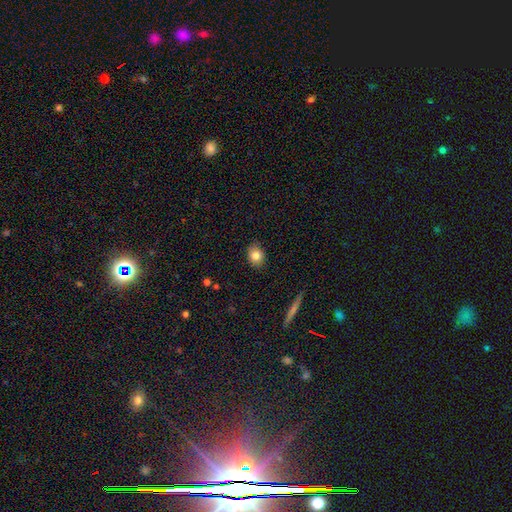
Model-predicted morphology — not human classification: smooth 80%, featured or disk 10%, star or artifact 9%. Down the decision tree: how rounded — in between (55%); merging — none (87%).